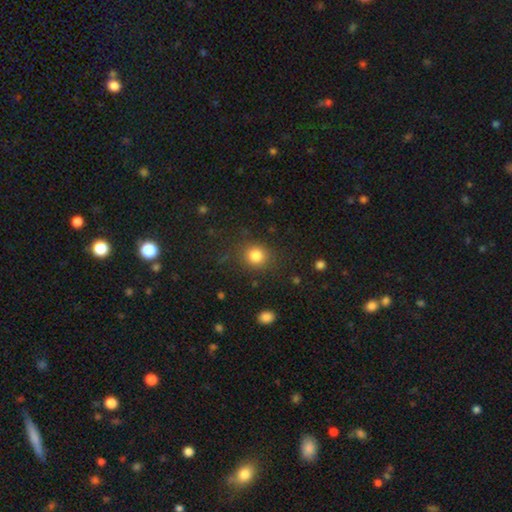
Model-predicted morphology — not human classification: A smooth galaxy with no disk features (83%) that is round (82%). Merging: none (84%).